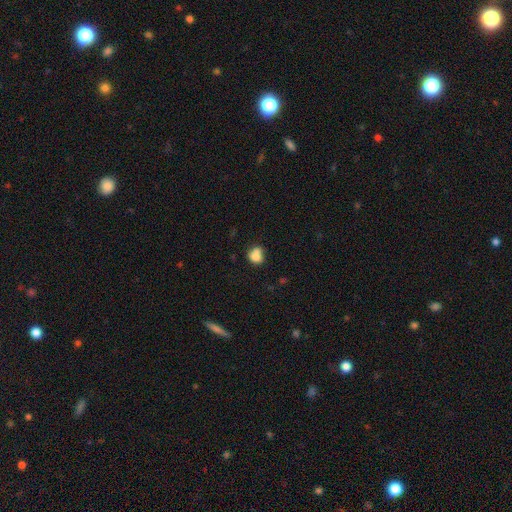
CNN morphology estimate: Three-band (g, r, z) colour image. It shows a smooth galaxy with no disk features (74%) that is round (58%). Merging: merger (46%).